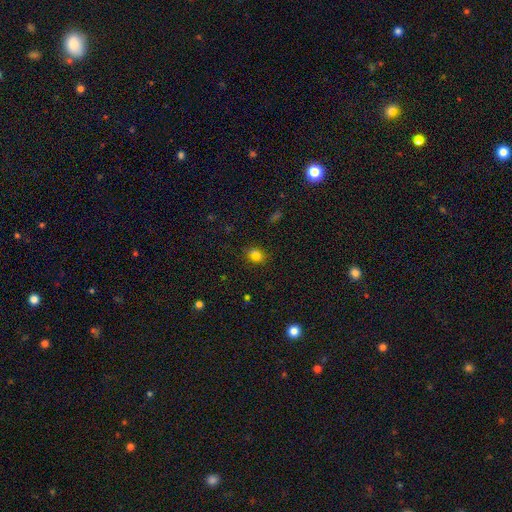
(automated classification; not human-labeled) Smooth or featured? Predicted: smooth (p=0.68). How rounded? Predicted: in between (p=0.52). Merging? Predicted: none (p=0.76).